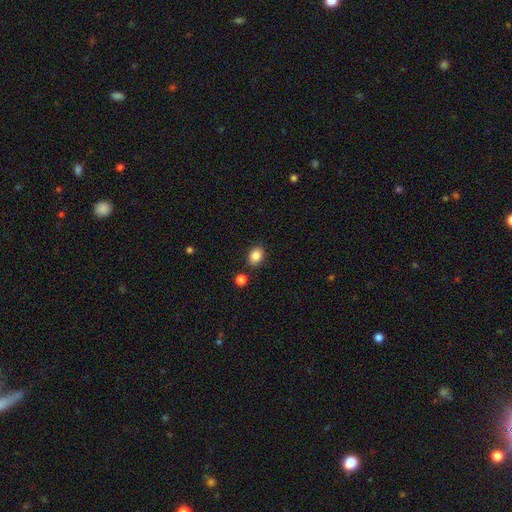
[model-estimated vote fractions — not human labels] smooth_or_featured: smooth (p=0.85) [alt: star or artifact p=0.09]
how_rounded: in between (p=0.65) [alt: round p=0.34]
merging: none (p=0.83) [alt: minor disturbance p=0.09]